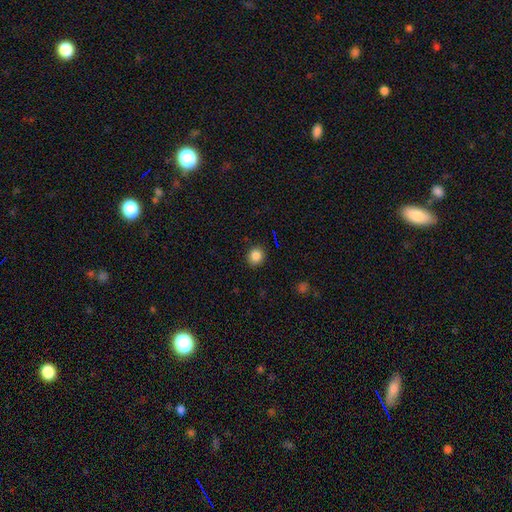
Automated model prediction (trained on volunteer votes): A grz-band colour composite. It shows a smooth galaxy with no disk features (85%) that is round (83%). Merging: none (91%).